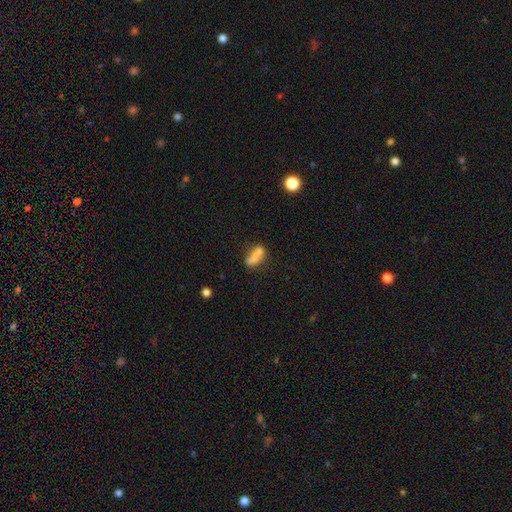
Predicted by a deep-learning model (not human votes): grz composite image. It shows a smooth galaxy with no disk features (68%) that is in between round and cigar-shaped (73%). Merging: none (35%).